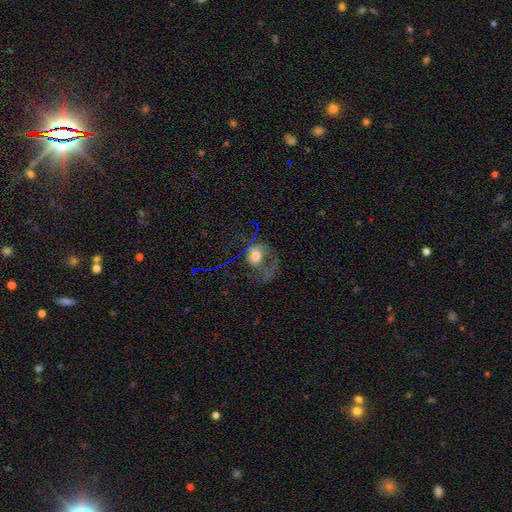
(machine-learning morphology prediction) smooth 54%, featured or disk 31%, star or artifact 15%. Down the decision tree: how rounded — round (54%); merging — major disturbance (53%).